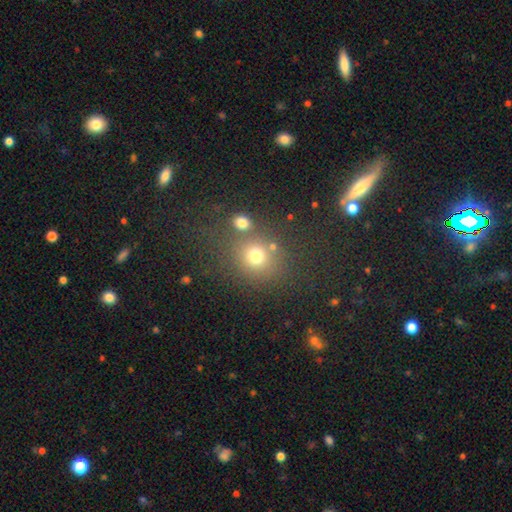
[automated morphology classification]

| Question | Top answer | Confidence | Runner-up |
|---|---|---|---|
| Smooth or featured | smooth | 72% | star or artifact (18%) |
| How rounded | round | 81% | in between (18%) |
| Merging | none | 66% | merger (17%) |